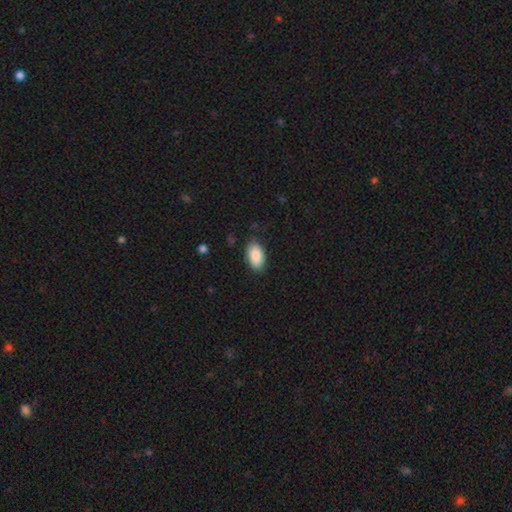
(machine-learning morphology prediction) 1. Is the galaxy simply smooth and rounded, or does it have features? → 89% smooth, 6% star or artifact, 5% featured or disk.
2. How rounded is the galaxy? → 94% in between, 4% round, 2% cigar-shaped.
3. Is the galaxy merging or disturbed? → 85% none, 12% minor disturbance, 3% major disturbance, 1% merger.